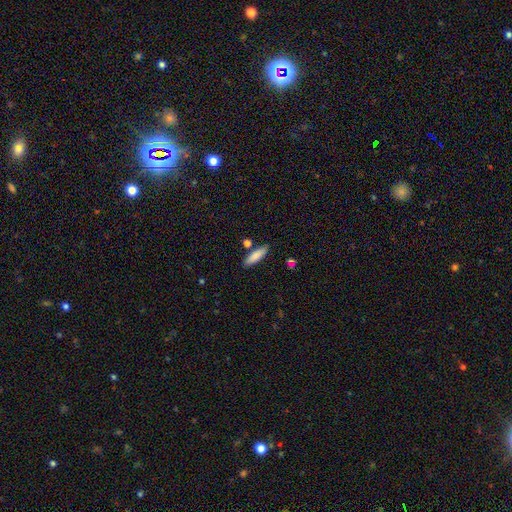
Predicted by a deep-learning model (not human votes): Morphology: type=smooth (84%); roundness=cigar-shaped (60%); merging=none (81%).